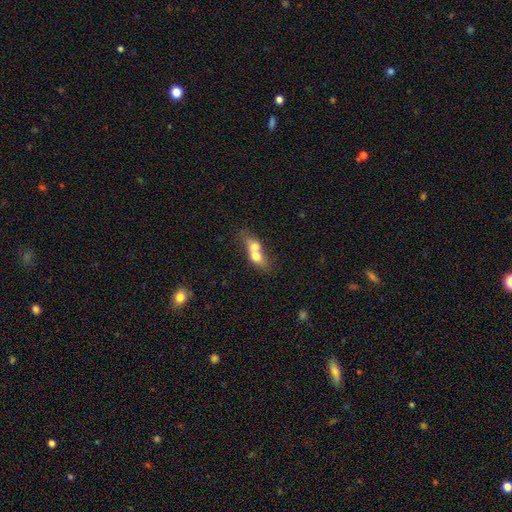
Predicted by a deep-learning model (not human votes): smooth_or_featured: smooth (p=0.62) [alt: featured or disk p=0.29]
how_rounded: in between (p=0.58) [alt: round p=0.30]
merging: merger (p=0.71) [alt: none p=0.18]